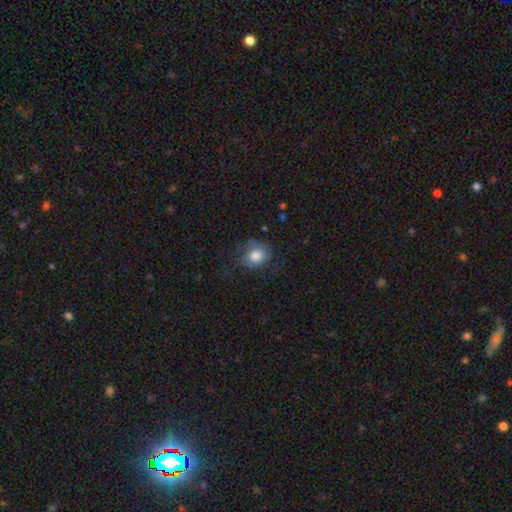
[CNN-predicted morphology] type=smooth (73%); roundness=round (59%); merging=none (53%).